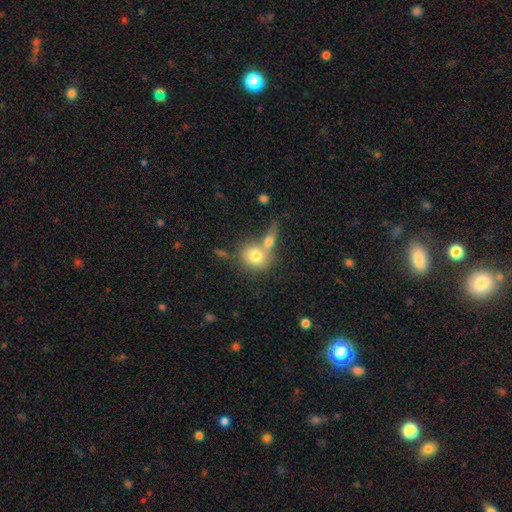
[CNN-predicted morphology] Smooth or featured: smooth — 75% (featured or disk — 16%)
How rounded: round — 77% (in between — 21%)
Merging: merger — 51% (none — 37%)